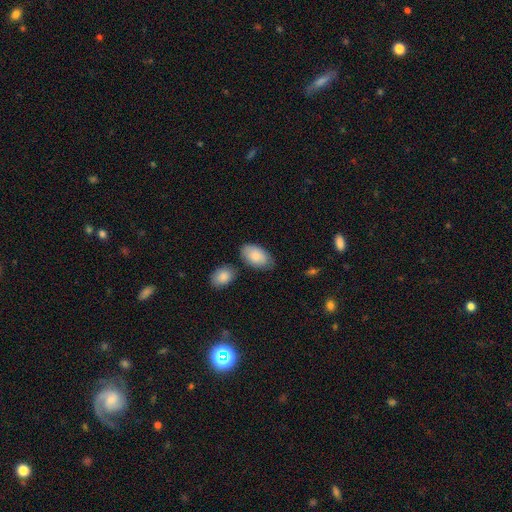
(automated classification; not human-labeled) Q: Smooth or featured?
A: smooth (82%); runner-up: featured or disk (12%)
Q: How rounded?
A: in between (94%); runner-up: round (4%)
Q: Merging?
A: none (68%); runner-up: minor disturbance (20%)